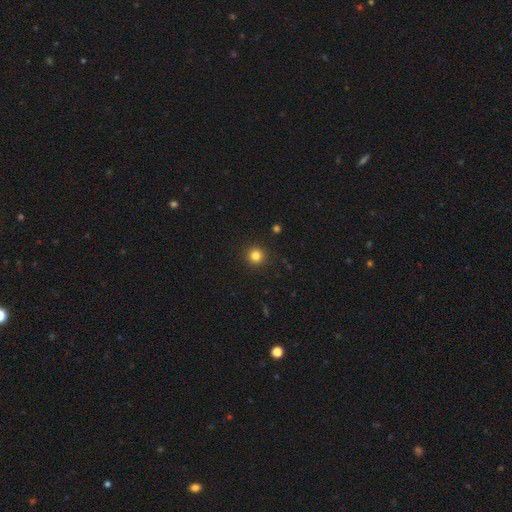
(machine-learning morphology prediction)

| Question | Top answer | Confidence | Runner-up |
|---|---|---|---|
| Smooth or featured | smooth | 82% | star or artifact (13%) |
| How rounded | round | 95% | in between (4%) |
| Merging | none | 92% | minor disturbance (5%) |